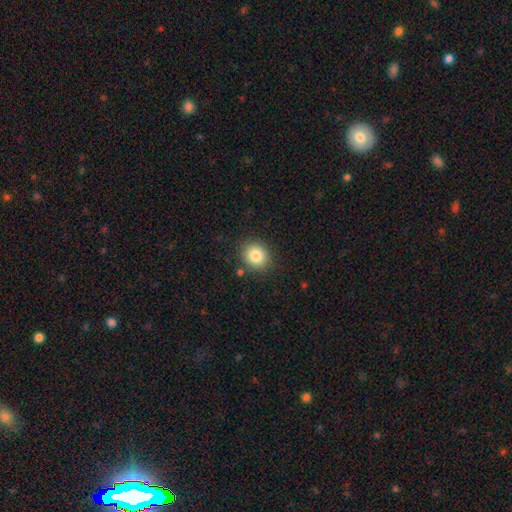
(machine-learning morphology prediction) A smooth galaxy with no disk features (83%) that is round (76%).

Vote fractions:
- Smooth or featured? smooth: 83% / star or artifact: 10% / featured or disk: 7%
- How rounded? round: 76% / in between: 24% / cigar-shaped: 1%
- Merging? none: 87% / minor disturbance: 9% / major disturbance: 3% / merger: 2%